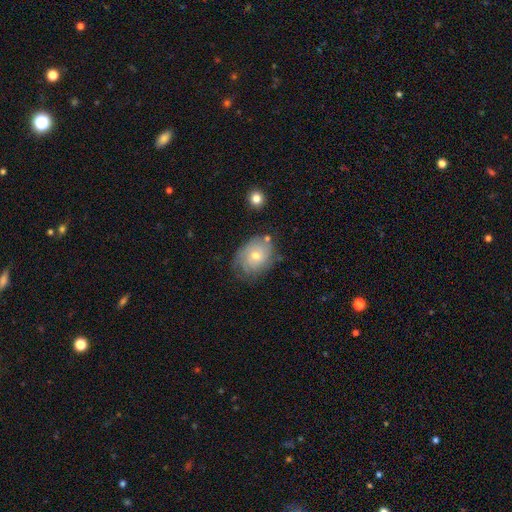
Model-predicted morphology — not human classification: A featured or disk galaxy (48%). Merging: none (64%).